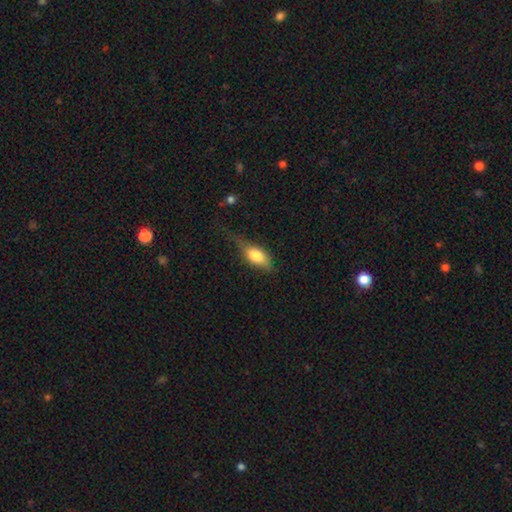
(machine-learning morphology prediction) smooth-or-featured: smooth: 75% | featured or disk: 18% | star or artifact: 7%
  how-rounded: in between: 83% | cigar-shaped: 12% | round: 5%
  merging: none: 41% | minor disturbance: 35% | major disturbance: 22% | merger: 3%